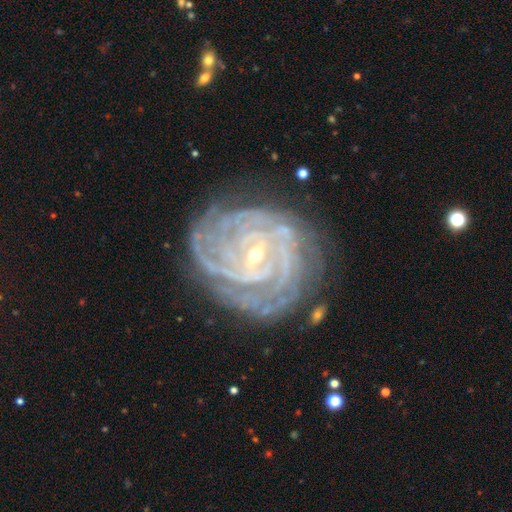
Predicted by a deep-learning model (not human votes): This is clearly a featured or disk galaxy (92%). It is clearly not viewed edge-on (97%). Bar: possibly weak (47%). Spiral arm pattern: clearly yes (98%). Spiral arm count: marginally 4 (27%). Spiral winding: clearly tight (83%). Central bulge: likely small (71%). Merging: likely none (77%).